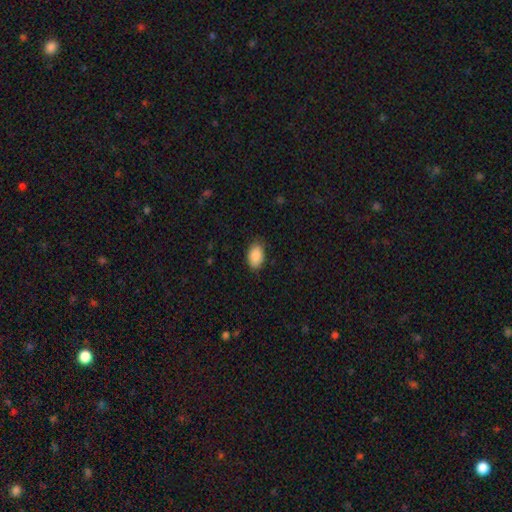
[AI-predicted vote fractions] smooth_or_featured: smooth (p=0.90) [alt: star or artifact p=0.07]
how_rounded: in between (p=0.90) [alt: round p=0.09]
merging: none (p=0.83) [alt: minor disturbance p=0.13]